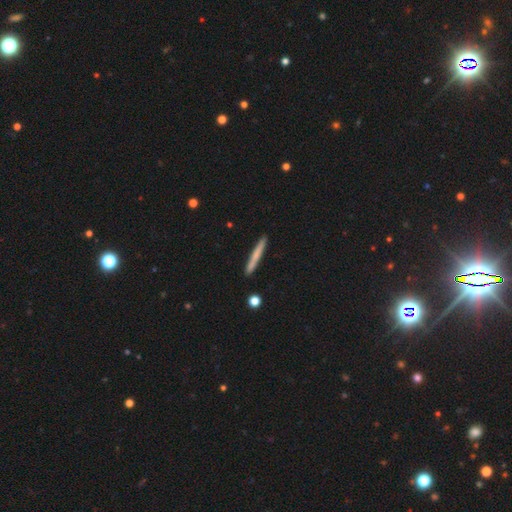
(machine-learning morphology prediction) Smooth or featured: smooth — 67% (featured or disk — 27%)
How rounded: cigar-shaped — 97% (in between — 2%)
Merging: none — 90% (minor disturbance — 6%)